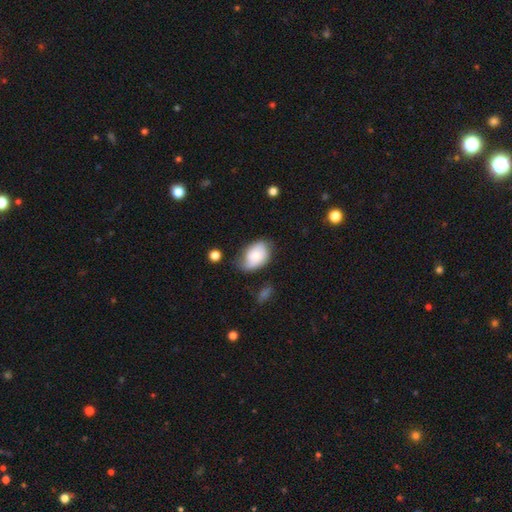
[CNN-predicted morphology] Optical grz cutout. It shows a smooth galaxy with no disk features (66%) that is in between round and cigar-shaped (83%). Merging: none (51%).